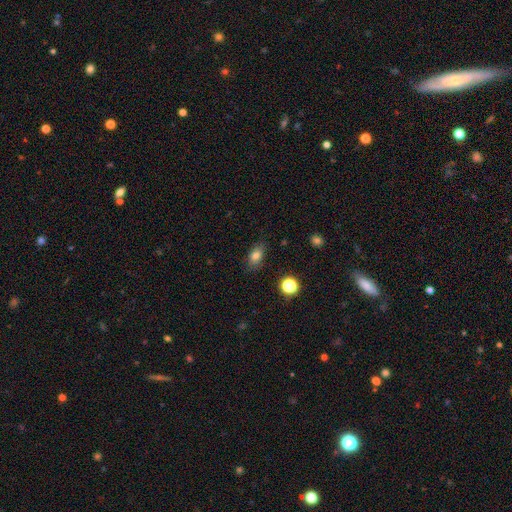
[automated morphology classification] Overall: smooth (79%). How rounded: in between (81%). Merging: none (82%).